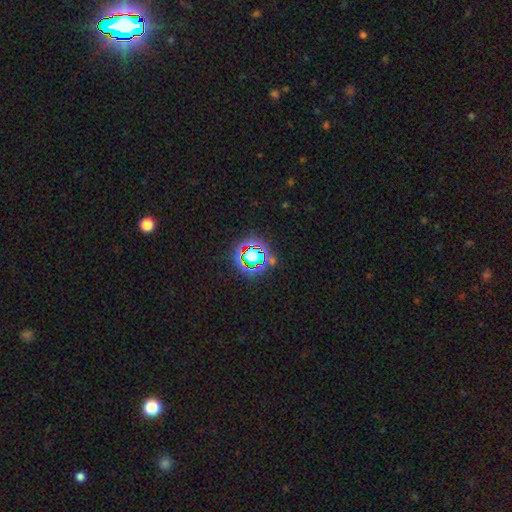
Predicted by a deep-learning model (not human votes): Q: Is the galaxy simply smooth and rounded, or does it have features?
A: star or artifact — 64%.